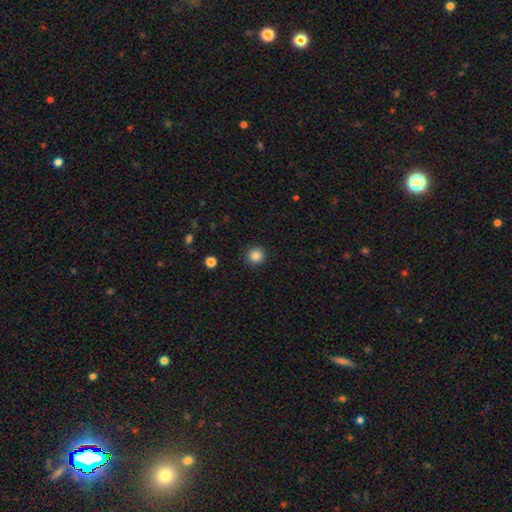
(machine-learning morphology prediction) Smooth or featured? Predicted: smooth (p=0.85). How rounded? Predicted: round (p=0.94). Merging? Predicted: none (p=0.92).